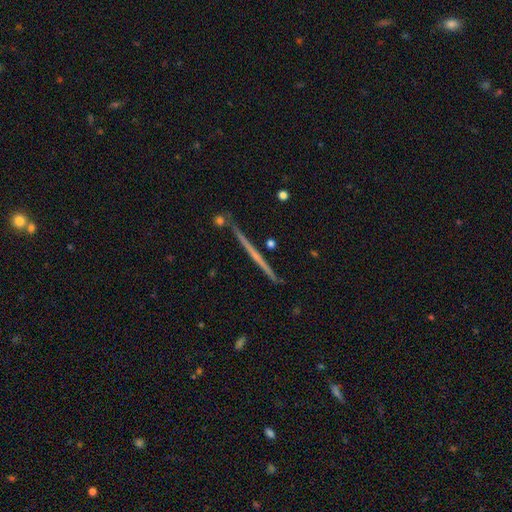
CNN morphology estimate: A featured or disk galaxy (68%) viewed edge-on (98%) with no central bulge (82%).

Vote fractions:
- Smooth or featured? featured or disk: 68% / smooth: 26% / star or artifact: 6%
- Edge-on disk? yes: 98% / no: 2%
- Edge-on bulge? none: 82% / rounded: 14% / boxy: 4%
- Merging? none: 90% / minor disturbance: 6% / merger: 3% / major disturbance: 1%